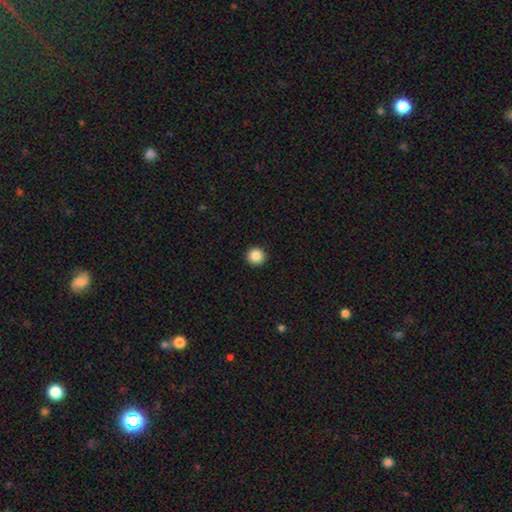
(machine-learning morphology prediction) Smooth or featured? smooth (87%)
How rounded? round (95%)
Merging? none (93%)